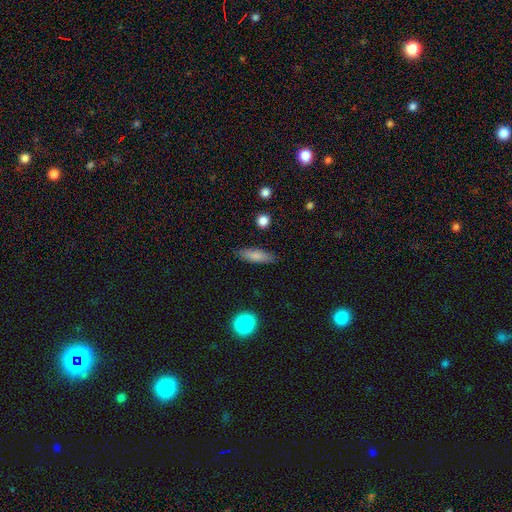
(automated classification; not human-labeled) Smooth or featured: smooth — 81% (featured or disk — 12%)
How rounded: in between — 50% (cigar-shaped — 48%)
Merging: none — 86% (minor disturbance — 10%)